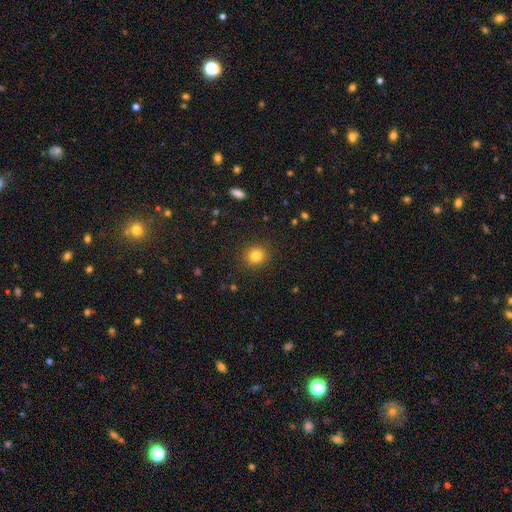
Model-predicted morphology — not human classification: Smooth or featured?
  - smooth: 81% *
  - star or artifact: 12%
  - featured or disk: 6%
How rounded?
  - round: 87% *
  - in between: 12%
  - cigar-shaped: 1%
Merging?
  - none: 90% *
  - minor disturbance: 6%
  - major disturbance: 2%
  - merger: 1%